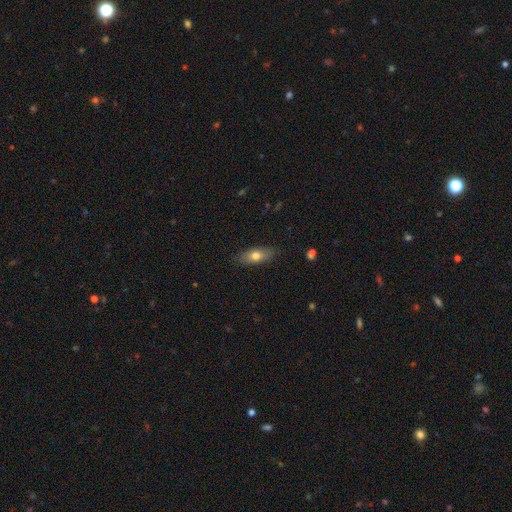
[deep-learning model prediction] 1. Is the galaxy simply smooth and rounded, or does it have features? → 69% smooth, 24% featured or disk, 7% star or artifact.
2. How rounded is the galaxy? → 74% in between, 22% cigar-shaped, 4% round.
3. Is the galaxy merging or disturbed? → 85% none, 11% minor disturbance, 2% major disturbance, 1% merger.